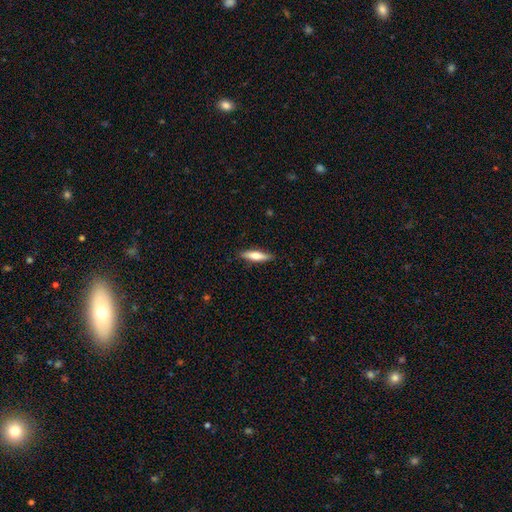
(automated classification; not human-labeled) The model was most divided on "smooth or featured": smooth: 61%, featured or disk: 33%, star or artifact: 6%. More confident: merging — none (87%); how rounded — cigar-shaped (72%).